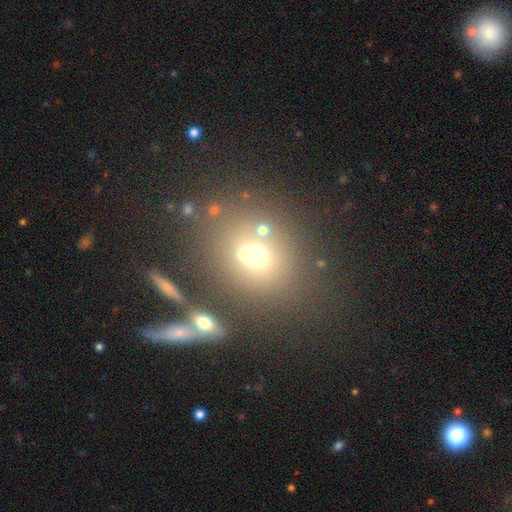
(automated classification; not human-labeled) Morphology: type=smooth (59%); roundness=round (74%); merging=none (55%).